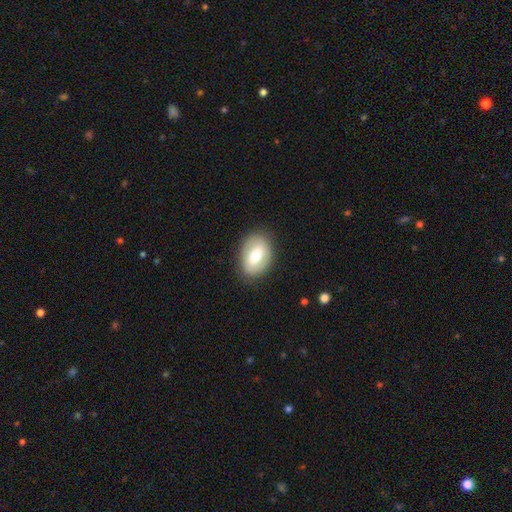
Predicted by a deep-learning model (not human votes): smooth 62%, featured or disk 31%, star or artifact 7%. Down the decision tree: how rounded — in between (85%); merging — none (83%).